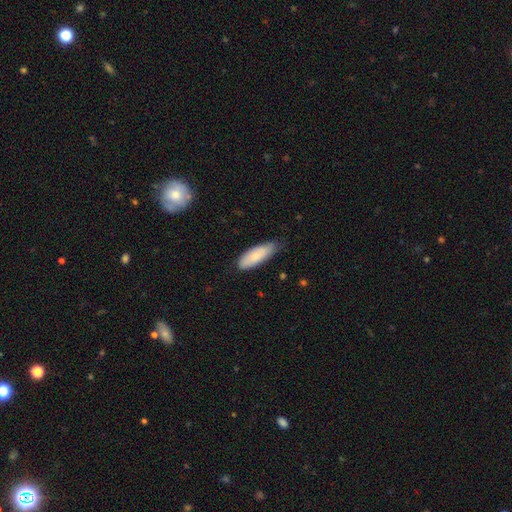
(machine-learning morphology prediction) smooth_or_featured: smooth (p=0.78) [alt: featured or disk p=0.16]
how_rounded: in between (p=0.69) [alt: cigar-shaped p=0.29]
merging: none (p=0.68) [alt: minor disturbance p=0.27]